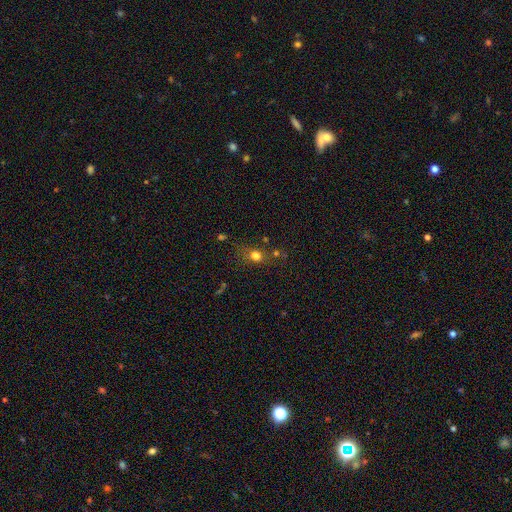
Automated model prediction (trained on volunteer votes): This is likely a smooth galaxy (70%). How rounded: possibly round (57%). Merging: likely none (64%).